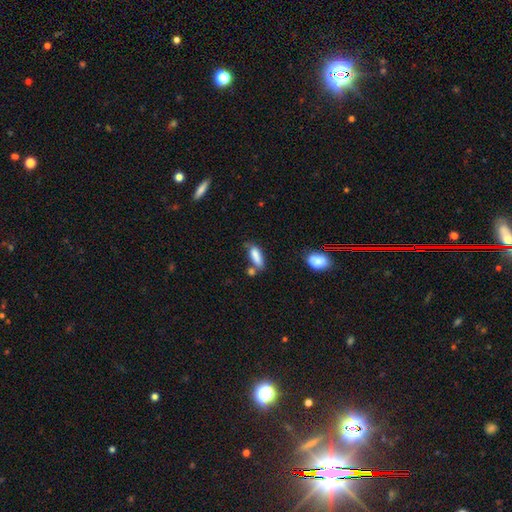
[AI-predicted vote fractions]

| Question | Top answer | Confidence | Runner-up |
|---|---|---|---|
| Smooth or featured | smooth | 81% | featured or disk (11%) |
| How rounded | in between | 58% | cigar-shaped (40%) |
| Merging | none | 46% | minor disturbance (25%) |